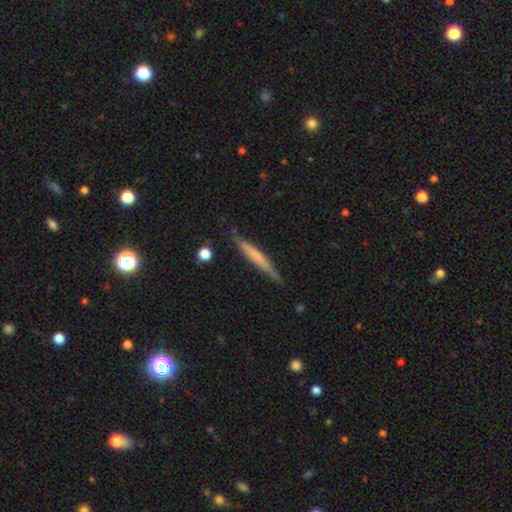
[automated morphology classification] The model was most divided on "smooth or featured": smooth: 51%, featured or disk: 43%, star or artifact: 6%. More confident: how rounded — cigar-shaped (95%); merging — none (81%).